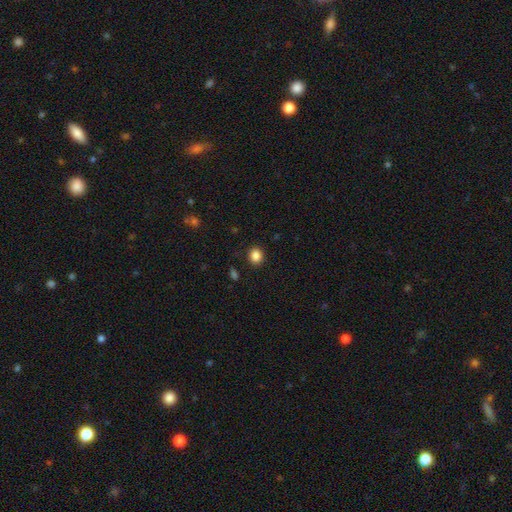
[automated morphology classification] A smooth galaxy with no disk features (86%) that is round (69%). Merging: none (89%).